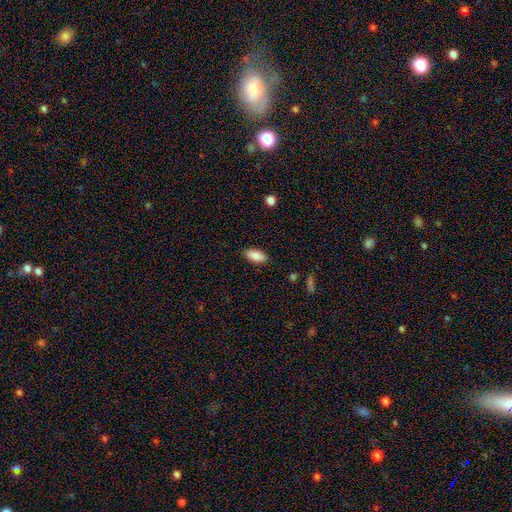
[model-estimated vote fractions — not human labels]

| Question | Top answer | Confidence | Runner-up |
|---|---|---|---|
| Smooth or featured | smooth | 87% | star or artifact (7%) |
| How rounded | in between | 91% | cigar-shaped (6%) |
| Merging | none | 86% | minor disturbance (11%) |